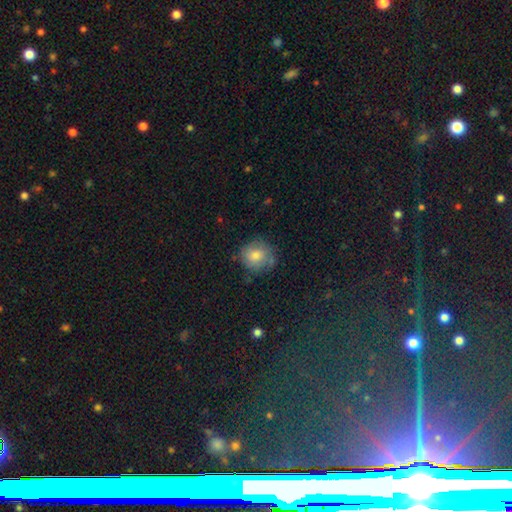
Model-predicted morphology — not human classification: This appears to be a smooth galaxy with no disk features (73%) that is round (85%). Merging: none (70%).